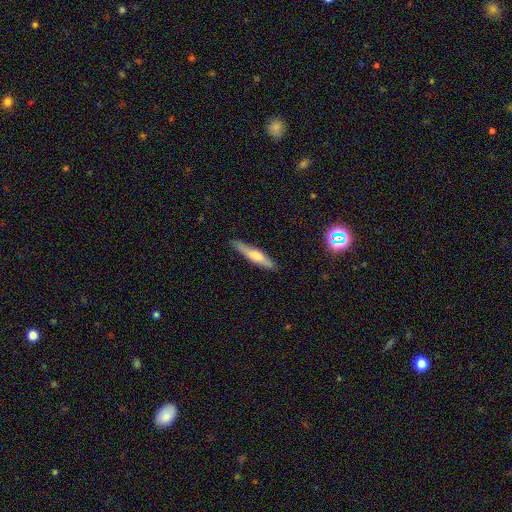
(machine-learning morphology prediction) smooth_or_featured: smooth (p=0.49) [alt: featured or disk p=0.44]
merging: none (p=0.87) [alt: minor disturbance p=0.10]